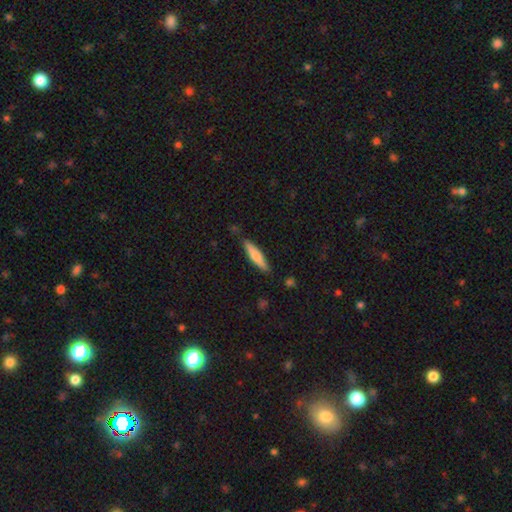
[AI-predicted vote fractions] Overall: smooth (67%; featured or disk 27%). How rounded: cigar-shaped (83%). Merging: none (84%).